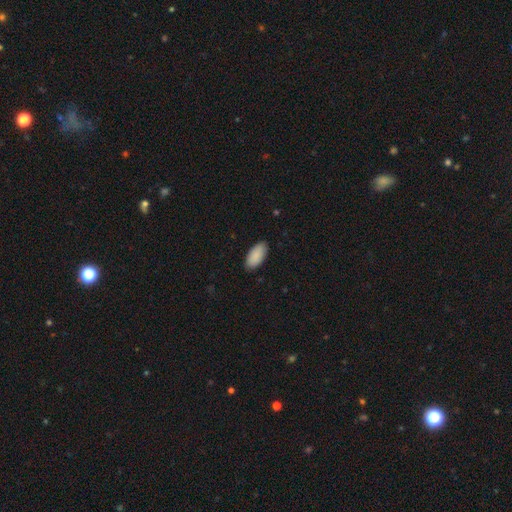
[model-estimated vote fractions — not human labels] The model was most divided on "merging": none: 87%, minor disturbance: 10%, major disturbance: 2%, merger: 1%. More confident: how rounded — in between (95%); smooth or featured — smooth (91%).